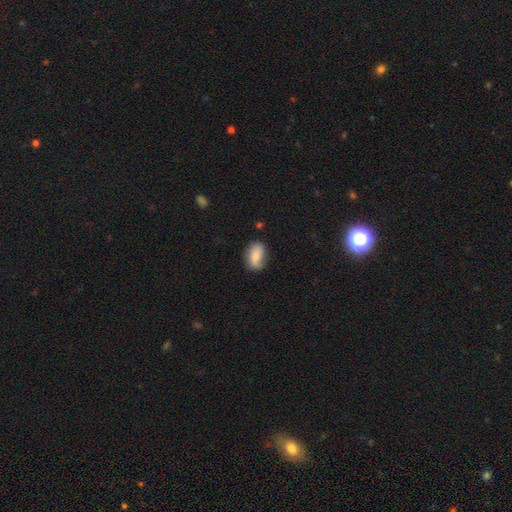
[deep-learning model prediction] Q: Smooth or featured?
A: smooth (74%); runner-up: featured or disk (19%)
Q: How rounded?
A: in between (88%); runner-up: round (9%)
Q: Merging?
A: none (65%); runner-up: minor disturbance (26%)